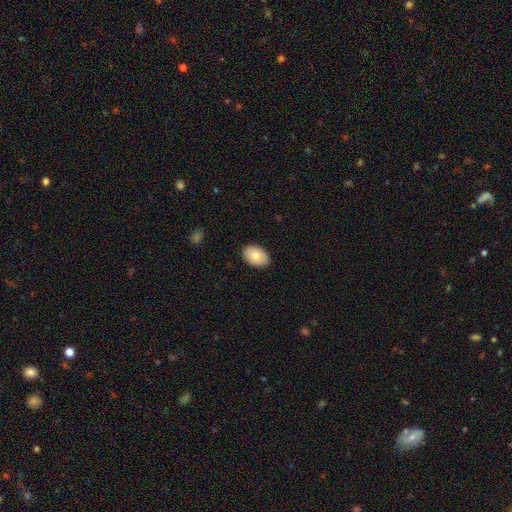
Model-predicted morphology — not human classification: Overall: smooth (77%). How rounded: in between (85%). Merging: none (88%).